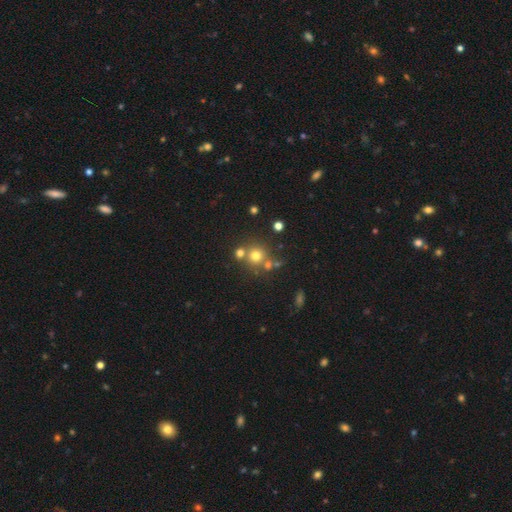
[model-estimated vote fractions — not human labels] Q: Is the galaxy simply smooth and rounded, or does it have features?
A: smooth — 69%.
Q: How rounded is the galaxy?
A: round — 90%.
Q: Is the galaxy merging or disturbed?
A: none — 64%.